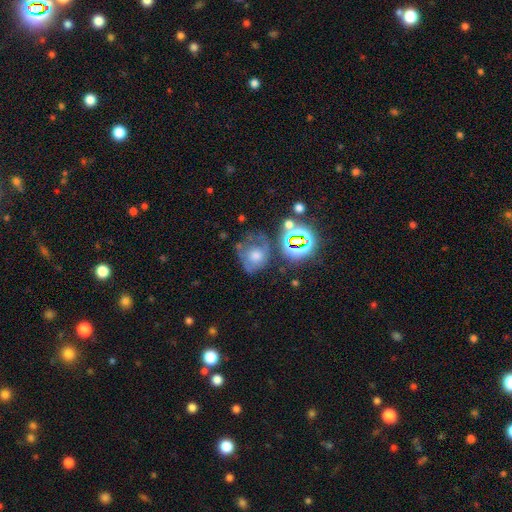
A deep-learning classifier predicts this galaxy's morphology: Smooth or featured? Predicted: featured or disk (p=0.38). Merging? Predicted: none (p=0.48).